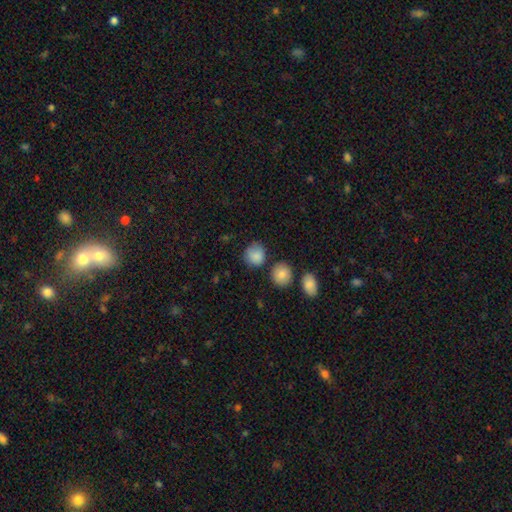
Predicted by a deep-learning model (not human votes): A smooth galaxy with no disk features (85%) that is round (82%).

Vote fractions:
- Smooth or featured? smooth: 85% / star or artifact: 9% / featured or disk: 6%
- How rounded? round: 82% / in between: 18% / cigar-shaped: 1%
- Merging? none: 74% / minor disturbance: 16% / merger: 6% / major disturbance: 4%